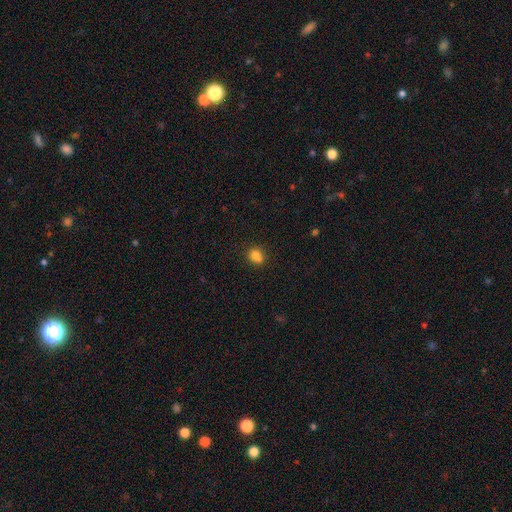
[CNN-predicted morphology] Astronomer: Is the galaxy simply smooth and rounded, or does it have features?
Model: smooth — 81%.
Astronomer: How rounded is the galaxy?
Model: round — 71%.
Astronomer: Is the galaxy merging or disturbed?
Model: none — 65%.